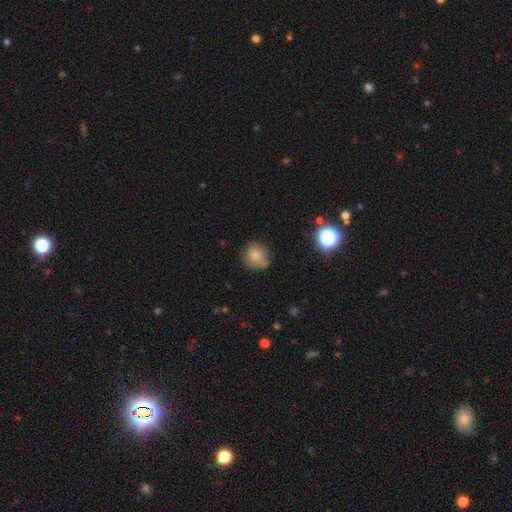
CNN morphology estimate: smooth 73%, featured or disk 15%, star or artifact 11%. Down the decision tree: how rounded — round (84%); merging — none (64%).